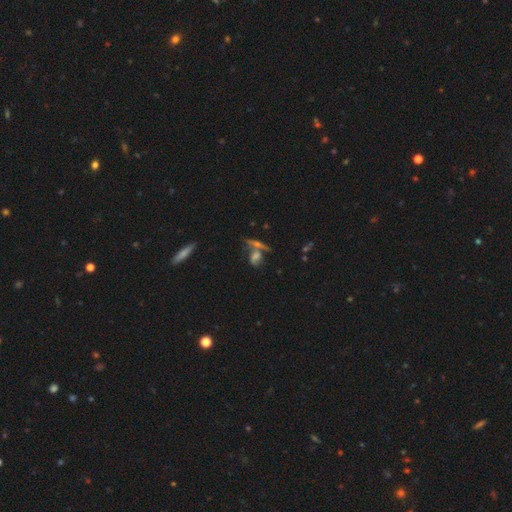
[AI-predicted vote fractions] Smooth or featured? Predicted: smooth (p=0.43). Merging? Predicted: none (p=0.46).